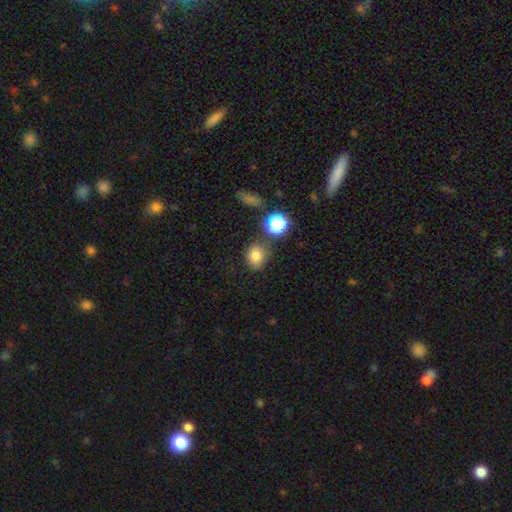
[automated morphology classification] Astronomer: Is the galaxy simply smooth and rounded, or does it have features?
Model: smooth — 78%.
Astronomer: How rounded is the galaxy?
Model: round — 60% (runner-up: in between, 39%).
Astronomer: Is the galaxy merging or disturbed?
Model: none — 71%.